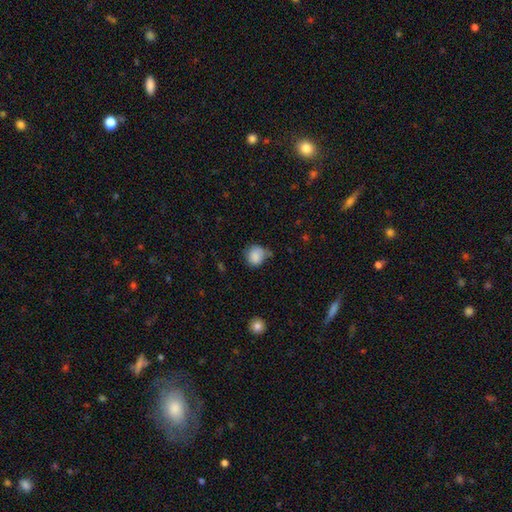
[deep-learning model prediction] smooth-or-featured: smooth: 85% | star or artifact: 9% | featured or disk: 6%
  how-rounded: round: 78% | in between: 21% | cigar-shaped: 1%
  merging: none: 60% | minor disturbance: 28% | major disturbance: 6% | merger: 5%